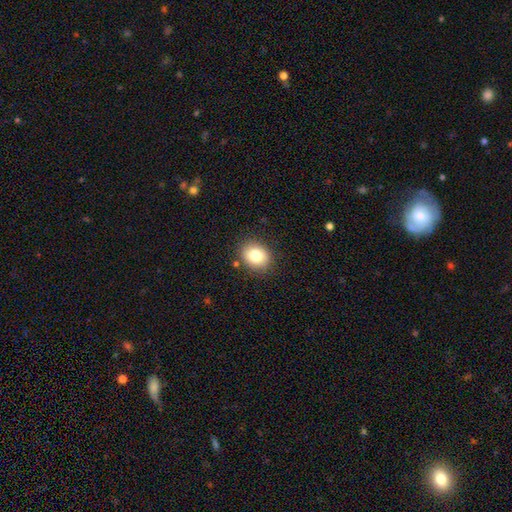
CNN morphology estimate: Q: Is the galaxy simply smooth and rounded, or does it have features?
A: smooth — 82%.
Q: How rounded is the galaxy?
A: round — 56%.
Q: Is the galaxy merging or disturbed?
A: none — 86%.